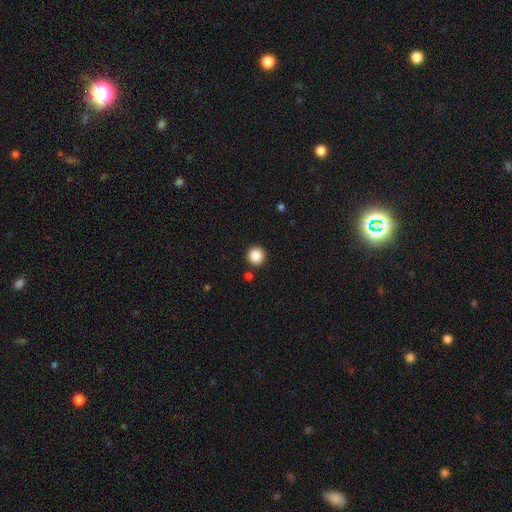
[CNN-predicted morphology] smooth 87%, star or artifact 10%, featured or disk 3%. Down the decision tree: how rounded — round (95%); merging — none (90%).